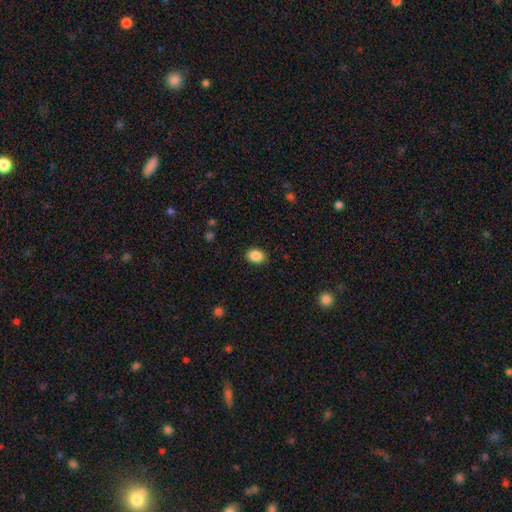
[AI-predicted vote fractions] This appears to be a smooth galaxy with no disk features (88%) that is in between round and cigar-shaped (64%). Merging: none (87%).